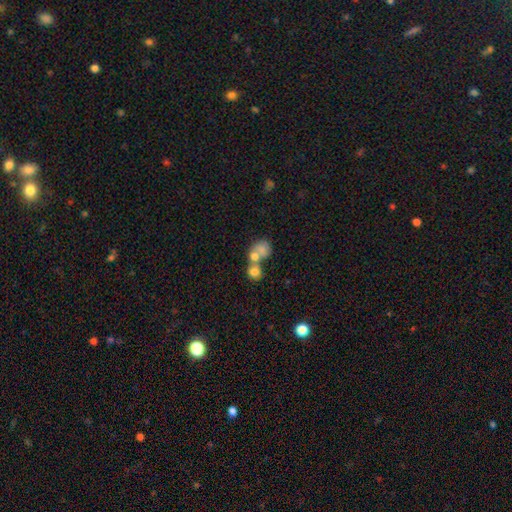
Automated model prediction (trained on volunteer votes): Smooth or featured?
  - smooth: 66% *
  - featured or disk: 20%
  - star or artifact: 15%
How rounded?
  - round: 67% *
  - in between: 31%
  - cigar-shaped: 2%
Merging?
  - merger: 57% *
  - none: 30%
  - minor disturbance: 7%
  - major disturbance: 6%